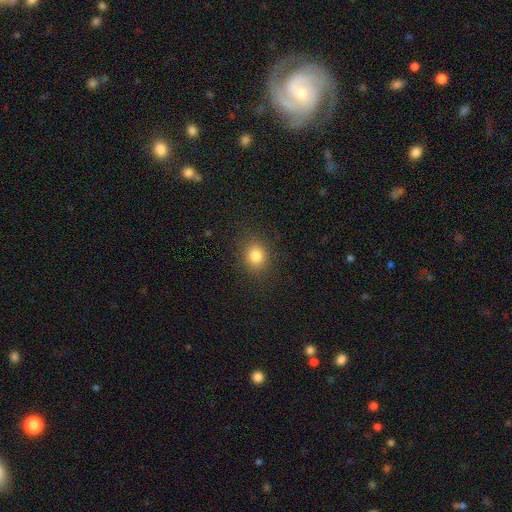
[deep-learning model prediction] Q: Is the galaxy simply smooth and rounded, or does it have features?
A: smooth — 82%.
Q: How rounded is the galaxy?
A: round — 66%.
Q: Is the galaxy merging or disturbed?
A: none — 87%.